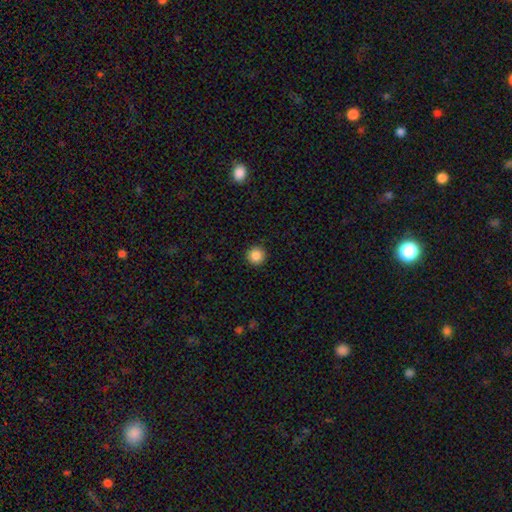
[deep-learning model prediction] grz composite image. It shows a smooth galaxy with no disk features (87%) that is round (96%). Merging: none (93%).